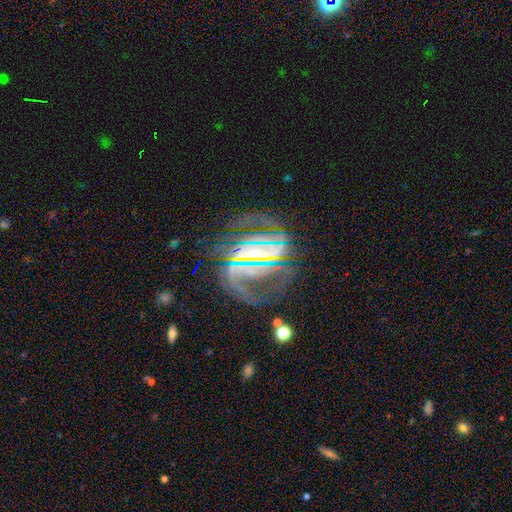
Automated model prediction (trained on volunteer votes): This is clearly a featured or disk galaxy (83%). It is clearly not viewed edge-on (94%). Bar: possibly strong (57%). Spiral arm pattern: clearly yes (92%). Spiral arm count: possibly 2 (46%). Spiral winding: marginally medium (44%). Central bulge: possibly small (57%). Merging: possibly none (60%).